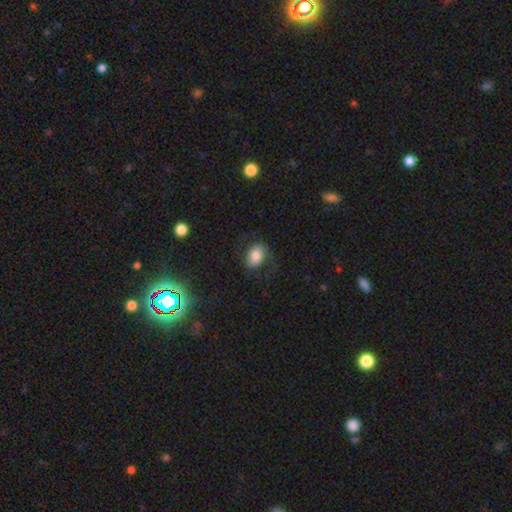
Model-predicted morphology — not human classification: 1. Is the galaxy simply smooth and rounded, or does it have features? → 72% smooth, 20% featured or disk, 9% star or artifact.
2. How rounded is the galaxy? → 74% in between, 25% round, 1% cigar-shaped.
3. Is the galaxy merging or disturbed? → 70% none, 16% minor disturbance, 13% major disturbance, 2% merger.